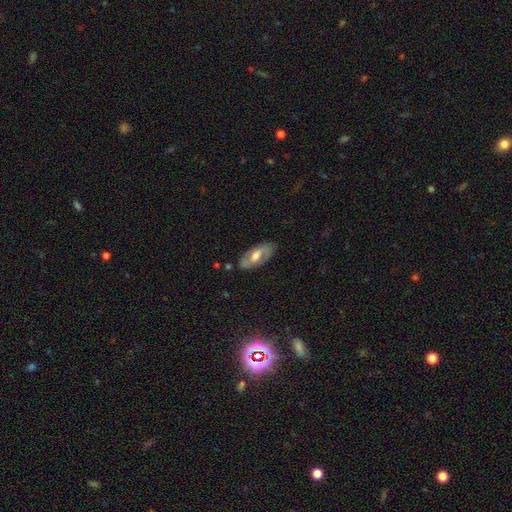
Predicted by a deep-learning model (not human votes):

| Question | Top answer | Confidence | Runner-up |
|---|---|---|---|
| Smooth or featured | featured or disk | 56% | smooth (37%) |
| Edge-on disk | no | 84% | yes (16%) |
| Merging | none | 80% | minor disturbance (15%) |